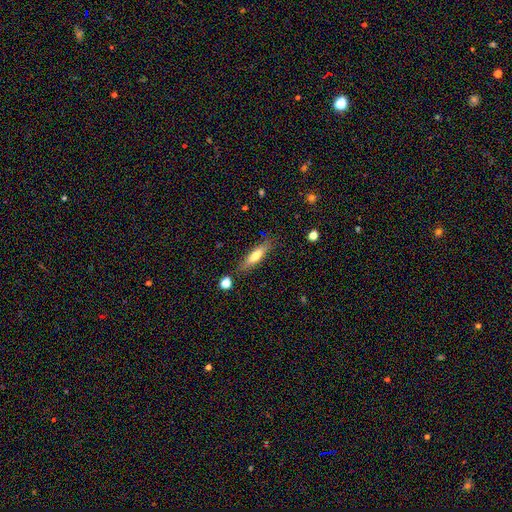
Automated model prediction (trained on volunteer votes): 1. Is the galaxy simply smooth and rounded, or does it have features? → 65% smooth, 28% featured or disk, 7% star or artifact.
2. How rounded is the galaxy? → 73% cigar-shaped, 25% in between, 2% round.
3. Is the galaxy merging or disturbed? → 83% none, 12% minor disturbance, 3% major disturbance, 3% merger.